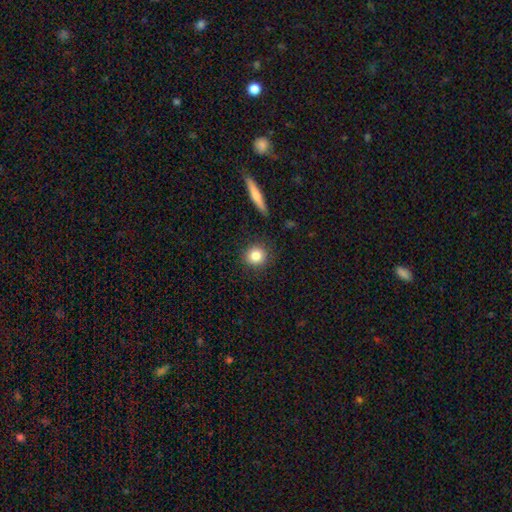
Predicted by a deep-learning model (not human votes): This appears to be a smooth galaxy with no disk features (83%) that is round (87%). Merging: none (88%).